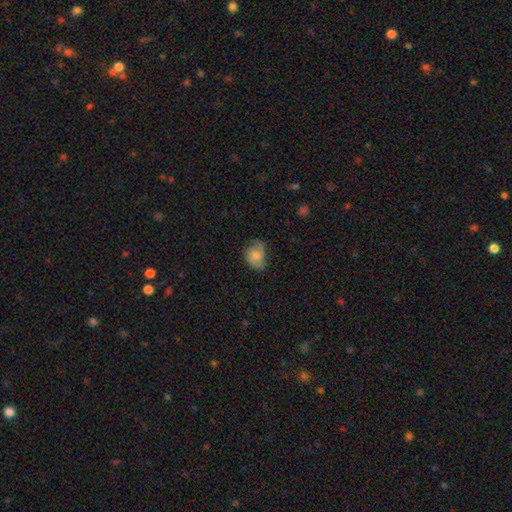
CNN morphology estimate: smooth 59%, featured or disk 33%, star or artifact 8%. Down the decision tree: how rounded — in between (61%); merging — none (57%).